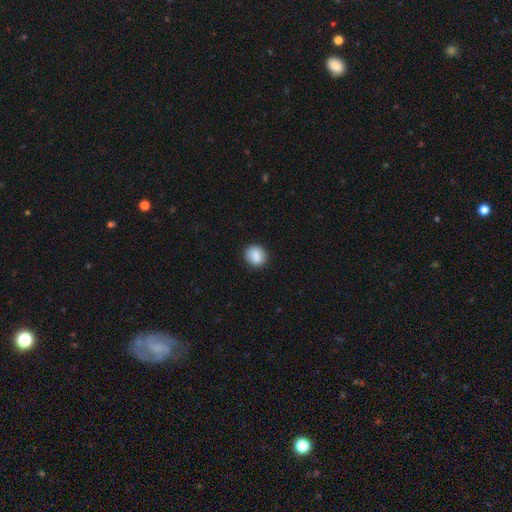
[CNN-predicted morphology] Smooth or featured?
  - smooth: 88% *
  - star or artifact: 8%
  - featured or disk: 4%
How rounded?
  - round: 79% *
  - in between: 20%
  - cigar-shaped: 1%
Merging?
  - none: 88% *
  - minor disturbance: 9%
  - major disturbance: 2%
  - merger: 1%